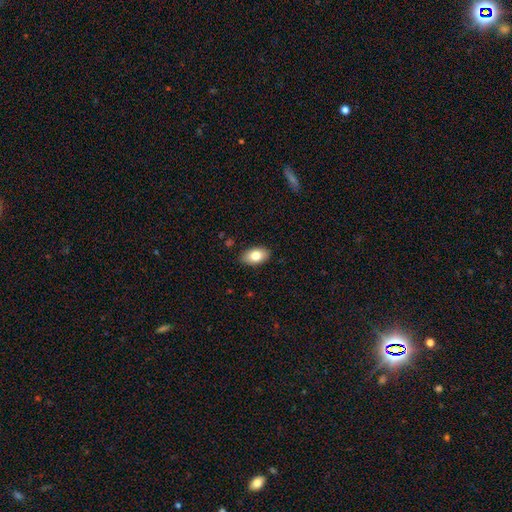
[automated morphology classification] A smooth galaxy with no disk features (80%) that is in between round and cigar-shaped (92%). Merging: none (87%).